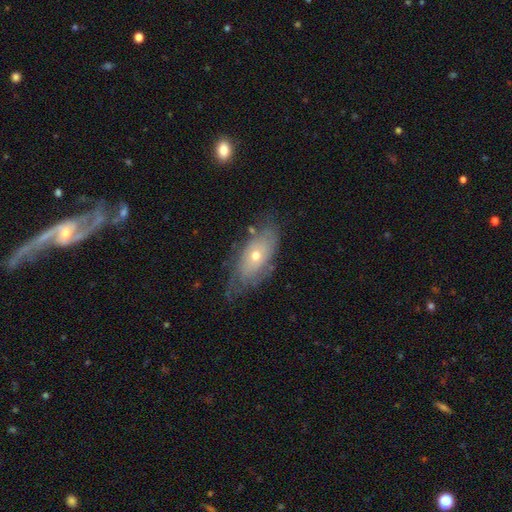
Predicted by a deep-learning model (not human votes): featured or disk 56%, smooth 36%, star or artifact 8%. Down the decision tree: edge-on disk — no (83%); merging — none (61%).